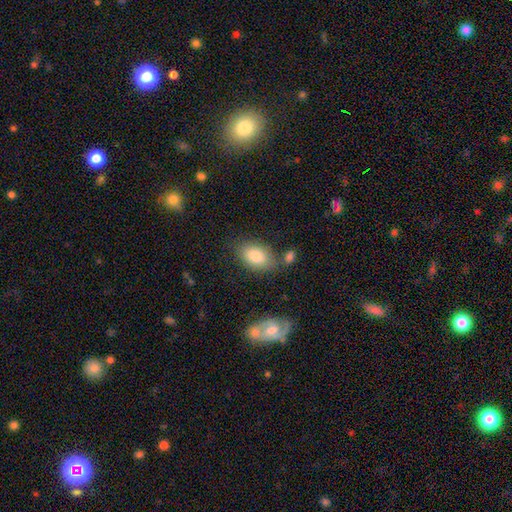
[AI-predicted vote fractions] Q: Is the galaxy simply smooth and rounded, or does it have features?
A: smooth — 81%.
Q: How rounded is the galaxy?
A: in between — 87%.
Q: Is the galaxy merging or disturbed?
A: none — 67%.